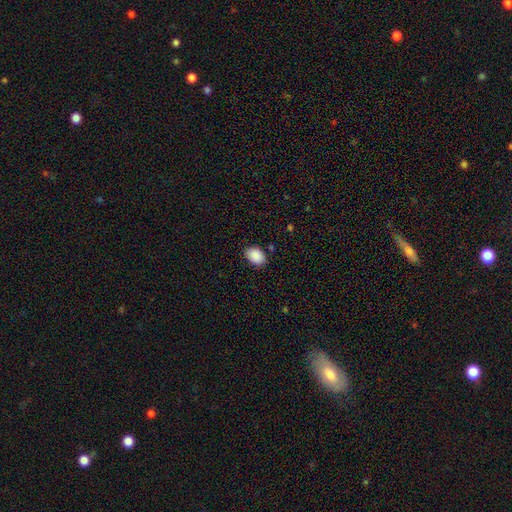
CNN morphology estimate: Smooth or featured? smooth (90%)
How rounded? in between (81%)
Merging? none (84%)